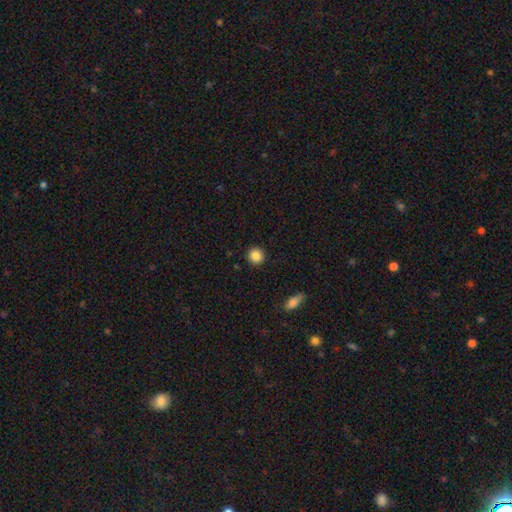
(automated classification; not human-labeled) The model was most divided on "smooth or featured": smooth: 87%, star or artifact: 10%, featured or disk: 4%. More confident: how rounded — round (92%); merging — none (92%).